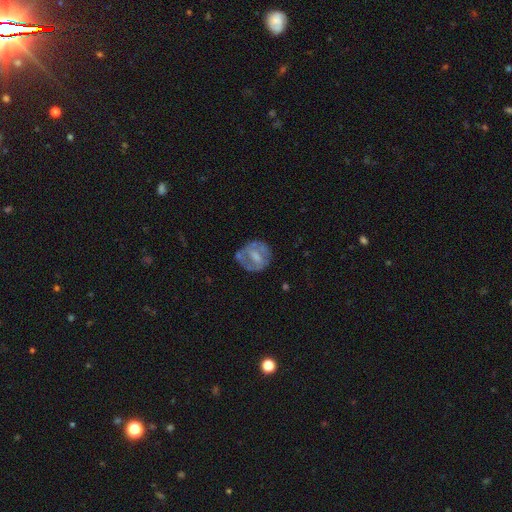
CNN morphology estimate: Smooth or featured? featured or disk (53%)
Edge-on disk? no (96%)
Bar? no (39%, tied with weak)
Spiral arms? no (73%)
Bulge size? moderate (38%)
Merging? none (59%)